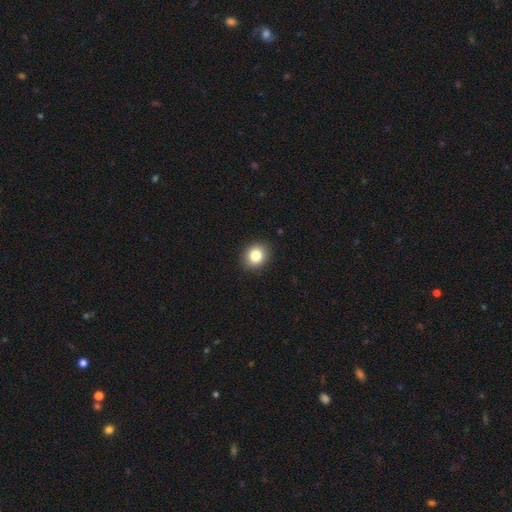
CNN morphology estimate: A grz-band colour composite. It shows a smooth galaxy with no disk features (83%) that is round (74%). Merging: none (91%).